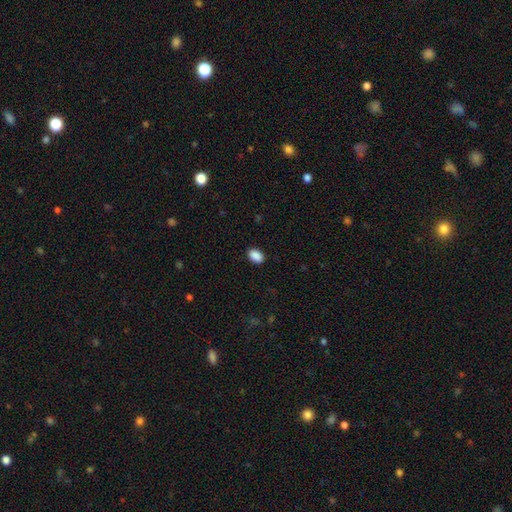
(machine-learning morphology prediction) smooth 90%, star or artifact 8%, featured or disk 2%. Down the decision tree: how rounded — in between (87%); merging — none (89%).